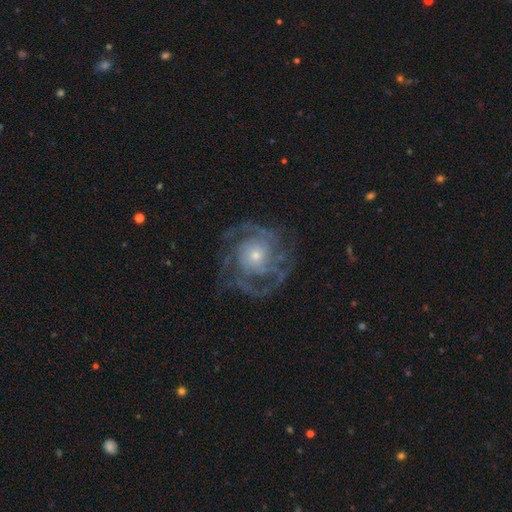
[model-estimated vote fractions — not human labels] Smooth or featured?
  - featured or disk: 86% *
  - smooth: 8%
  - star or artifact: 6%
Edge-on disk?
  - no: 98% *
  - yes: 2%
Bar?
  - no: 79% *
  - weak: 17%
  - strong: 4%
Spiral arms?
  - yes: 93% *
  - no: 7%
Spiral winding?
  - tight: 52% *
  - medium: 37%
  - loose: 10%
Spiral arm count?
  - can't tell: 26% *
  - 3: 25%
  - 2: 21%
  - 4: 14%
  - more than 4: 7%
  - 1: 7%
Bulge size?
  - small: 59% *
  - moderate: 35%
  - large: 4%
  - none: 2%
  - dominant: 1%
Merging?
  - none: 70% *
  - minor disturbance: 15%
  - major disturbance: 14%
  - merger: 1%